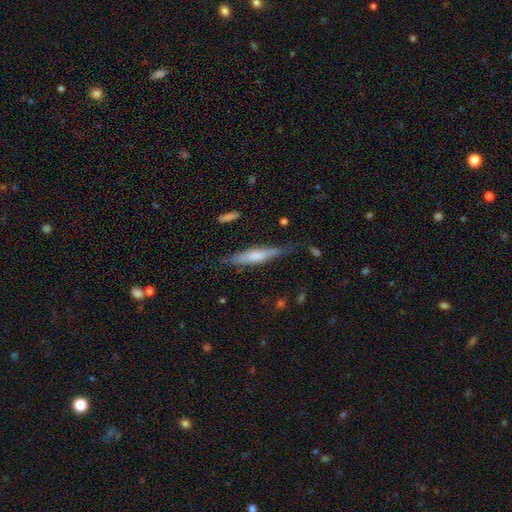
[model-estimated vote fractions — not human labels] smooth-or-featured: smooth: 51% | featured or disk: 43% | star or artifact: 6%
  how-rounded: cigar-shaped: 88% | in between: 10% | round: 2%
  merging: none: 77% | minor disturbance: 18% | major disturbance: 4% | merger: 2%